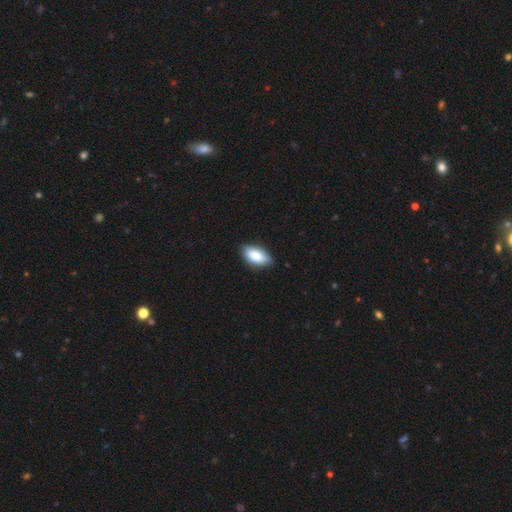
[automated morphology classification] smooth-or-featured: smooth: 86% | featured or disk: 8% | star or artifact: 6%
  how-rounded: in between: 93% | cigar-shaped: 5% | round: 3%
  merging: none: 80% | minor disturbance: 16% | major disturbance: 2% | merger: 1%